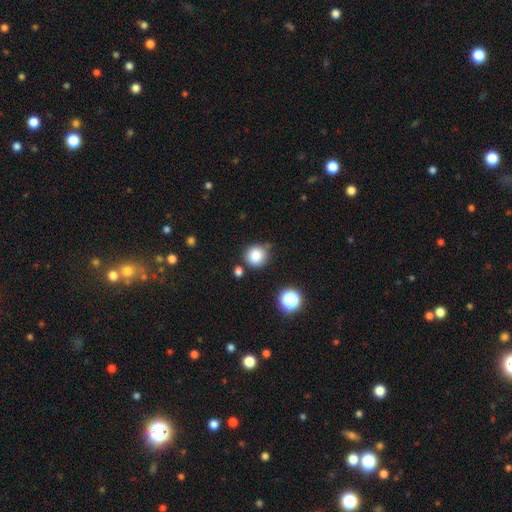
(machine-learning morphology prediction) This is clearly a smooth galaxy (83%). How rounded: clearly round (90%). Merging: likely none (74%).